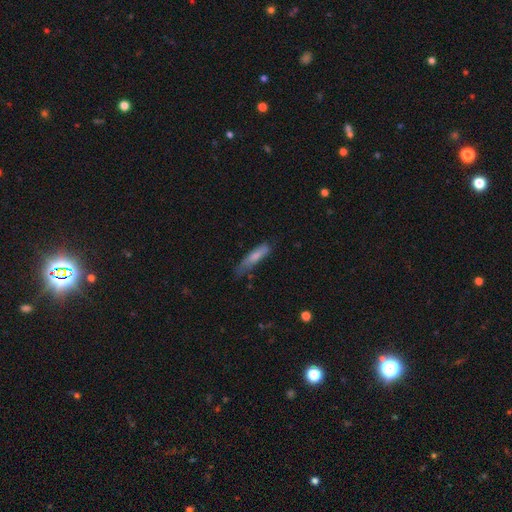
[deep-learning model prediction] Smooth or featured? smooth (74%)
How rounded? cigar-shaped (77%)
Merging? none (48%)